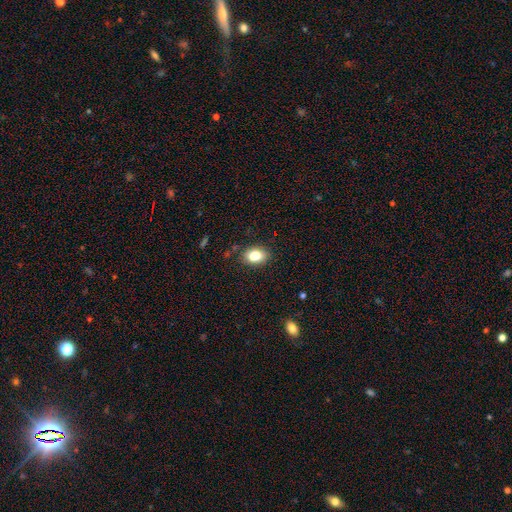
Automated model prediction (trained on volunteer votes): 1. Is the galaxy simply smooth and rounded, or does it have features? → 82% smooth, 10% star or artifact, 9% featured or disk.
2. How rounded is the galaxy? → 79% in between, 20% round, 1% cigar-shaped.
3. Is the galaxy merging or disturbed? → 81% none, 13% minor disturbance, 3% merger, 3% major disturbance.